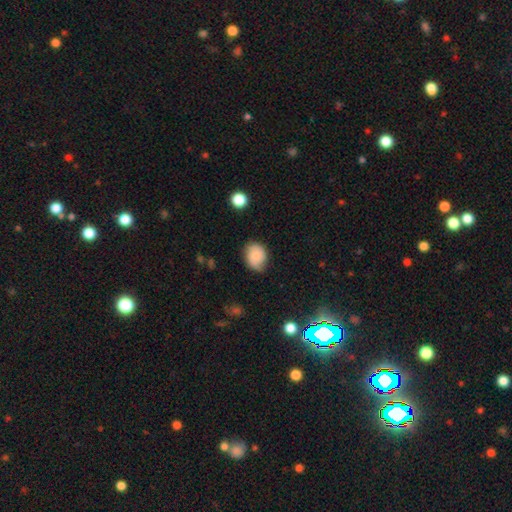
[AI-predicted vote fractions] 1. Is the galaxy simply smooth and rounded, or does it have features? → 73% smooth, 19% featured or disk, 8% star or artifact.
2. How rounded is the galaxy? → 56% in between, 43% round, 1% cigar-shaped.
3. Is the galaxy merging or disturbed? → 63% none, 29% minor disturbance, 7% major disturbance, 1% merger.